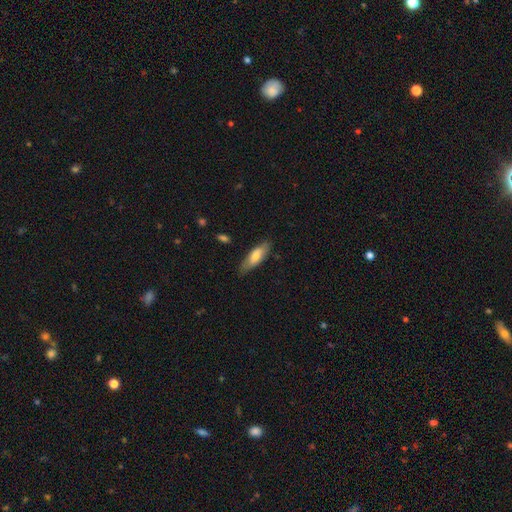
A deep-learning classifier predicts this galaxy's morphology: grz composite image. It shows a smooth galaxy with no disk features (66%) that is in between round and cigar-shaped (61%). Merging: none (79%).